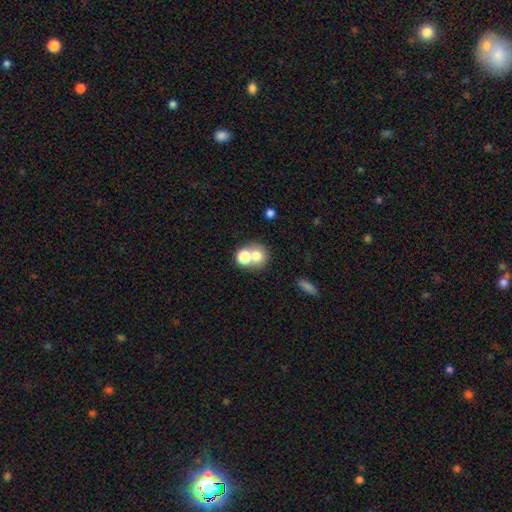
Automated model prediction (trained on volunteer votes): Overall: smooth (71%). How rounded: round (80%). Merging: merger (50%; none 40%).